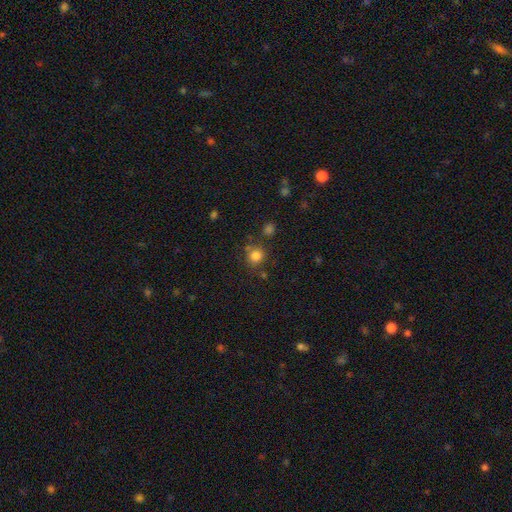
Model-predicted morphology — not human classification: Smooth or featured: smooth — 81% (star or artifact — 13%)
How rounded: round — 88% (in between — 11%)
Merging: none — 75% (minor disturbance — 12%)